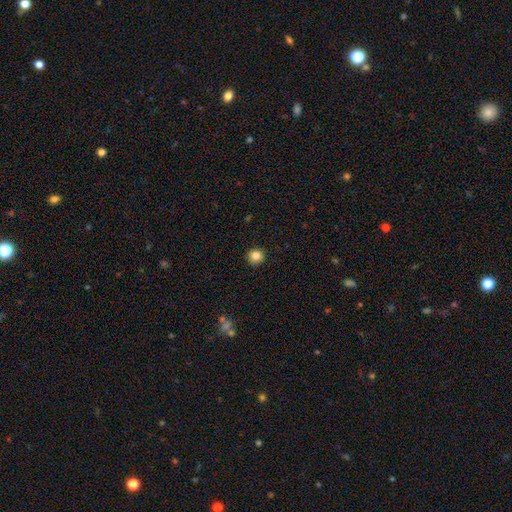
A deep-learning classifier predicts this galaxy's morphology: Smooth or featured: smooth — 84% (star or artifact — 11%)
How rounded: round — 93% (in between — 6%)
Merging: none — 91% (minor disturbance — 6%)